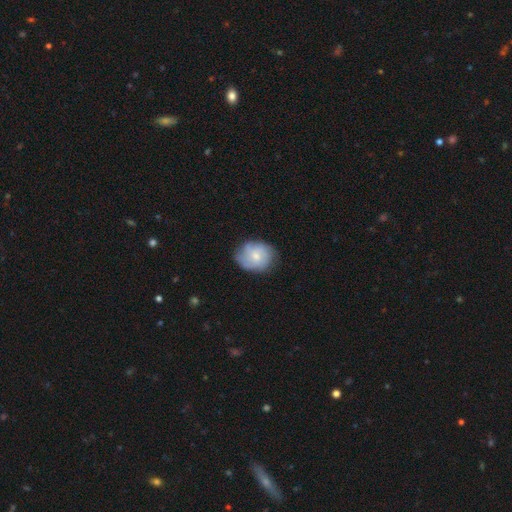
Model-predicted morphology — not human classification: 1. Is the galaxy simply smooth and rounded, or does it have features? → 52% smooth, 41% featured or disk, 7% star or artifact.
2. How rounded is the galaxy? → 64% round, 35% in between, 1% cigar-shaped.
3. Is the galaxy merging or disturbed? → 70% none, 22% minor disturbance, 7% major disturbance, 1% merger.